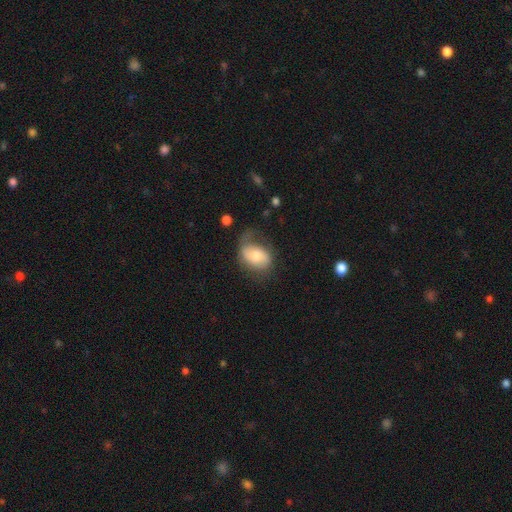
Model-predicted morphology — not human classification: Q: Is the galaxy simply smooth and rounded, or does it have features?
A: smooth — 48%.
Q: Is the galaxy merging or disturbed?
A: none — 42%.